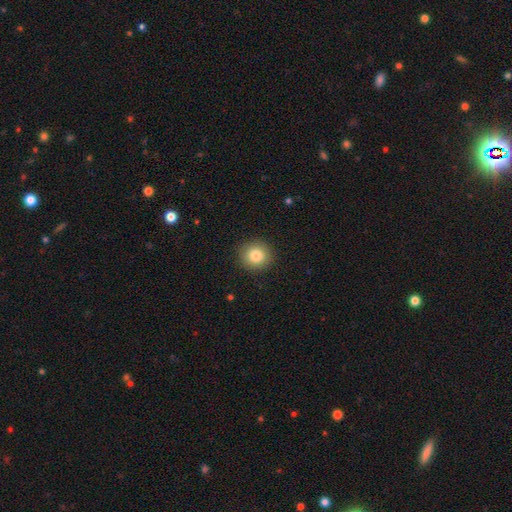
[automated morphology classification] smooth-or-featured: smooth: 82% | star or artifact: 10% | featured or disk: 8%
  how-rounded: round: 92% | in between: 7% | cigar-shaped: 1%
  merging: none: 91% | minor disturbance: 6% | major disturbance: 2% | merger: 1%